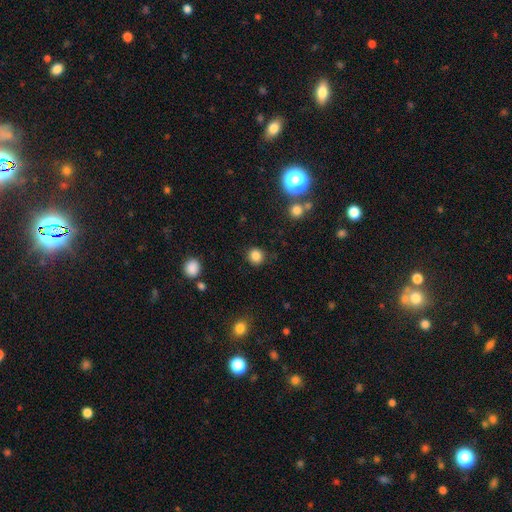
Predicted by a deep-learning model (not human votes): smooth_or_featured: smooth (p=0.83) [alt: star or artifact p=0.12]
how_rounded: round (p=0.87) [alt: in between p=0.12]
merging: none (p=0.86) [alt: minor disturbance p=0.09]